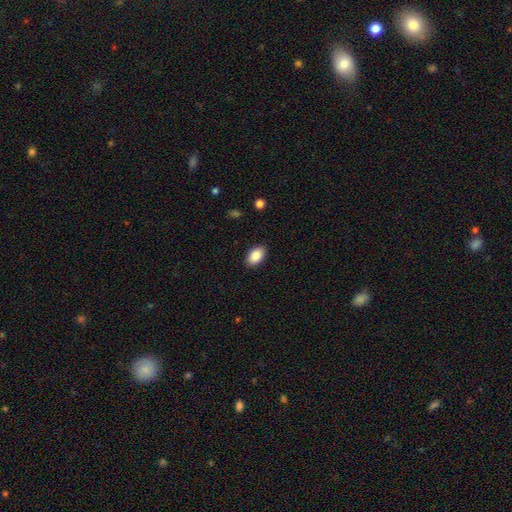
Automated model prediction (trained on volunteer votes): Q: Smooth or featured?
A: smooth (89%); runner-up: star or artifact (7%)
Q: How rounded?
A: in between (92%); runner-up: round (6%)
Q: Merging?
A: none (88%); runner-up: minor disturbance (9%)